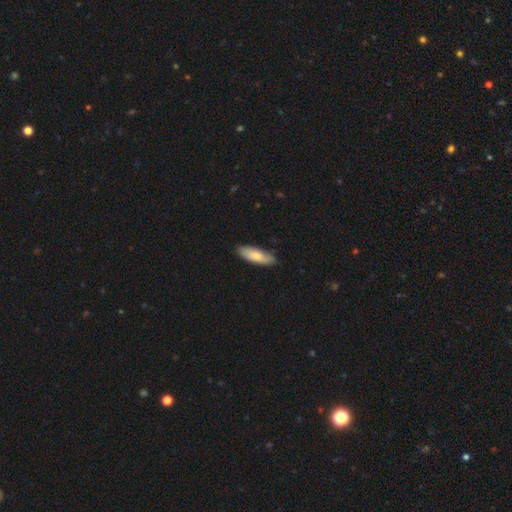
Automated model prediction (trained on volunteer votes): Smooth or featured?
  - smooth: 79% *
  - featured or disk: 16%
  - star or artifact: 5%
How rounded?
  - in between: 59% *
  - cigar-shaped: 40%
  - round: 2%
Merging?
  - none: 83% *
  - minor disturbance: 14%
  - major disturbance: 2%
  - merger: 1%